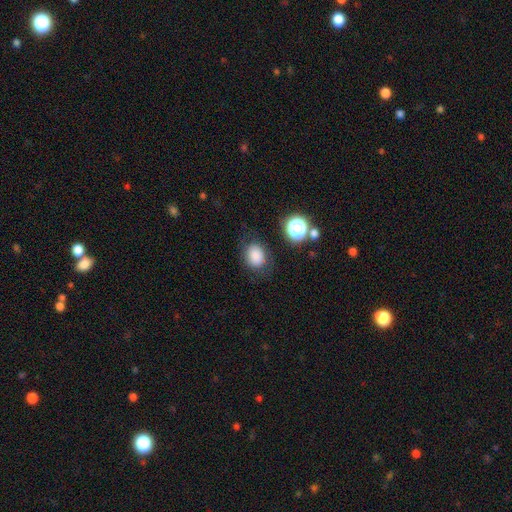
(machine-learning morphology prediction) A smooth galaxy with no disk features (82%) that is in between round and cigar-shaped (52%). Merging: none (76%).